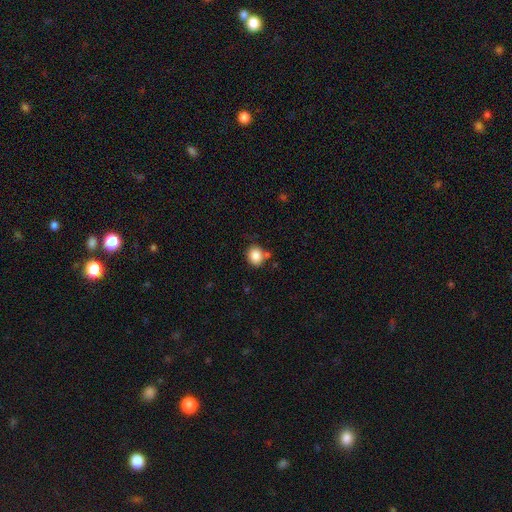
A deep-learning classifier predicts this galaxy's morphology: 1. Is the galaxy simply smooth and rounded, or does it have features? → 86% smooth, 9% star or artifact, 5% featured or disk.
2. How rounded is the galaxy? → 67% round, 32% in between, 1% cigar-shaped.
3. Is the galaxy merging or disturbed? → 72% none, 14% minor disturbance, 10% merger, 4% major disturbance.